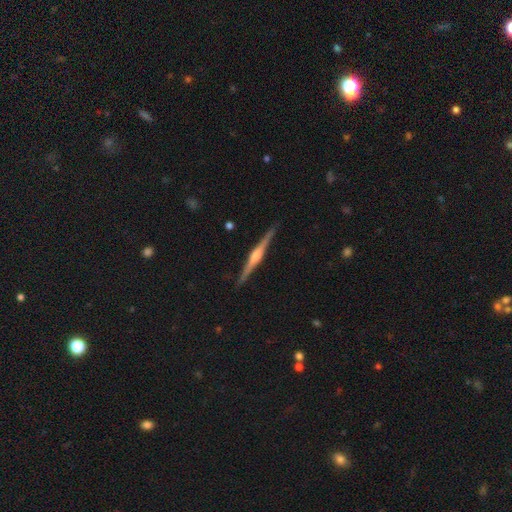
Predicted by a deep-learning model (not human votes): This appears to be a featured or disk galaxy (85%) viewed edge-on (99%) with a rounded central bulge (77%). Merging: none (91%).